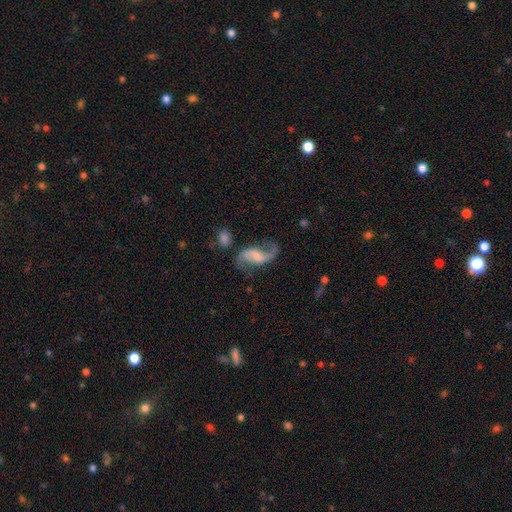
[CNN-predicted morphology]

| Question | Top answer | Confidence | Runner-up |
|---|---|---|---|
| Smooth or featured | featured or disk | 84% | smooth (10%) |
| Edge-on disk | no | 97% | yes (3%) |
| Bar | weak | 43% | no (34%) |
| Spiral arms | yes | 95% | no (5%) |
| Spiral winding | loose | 81% | medium (16%) |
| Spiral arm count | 2 | 91% | 1 (4%) |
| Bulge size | none | 41% | small (26%) |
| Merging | none | 65% | minor disturbance (17%) |